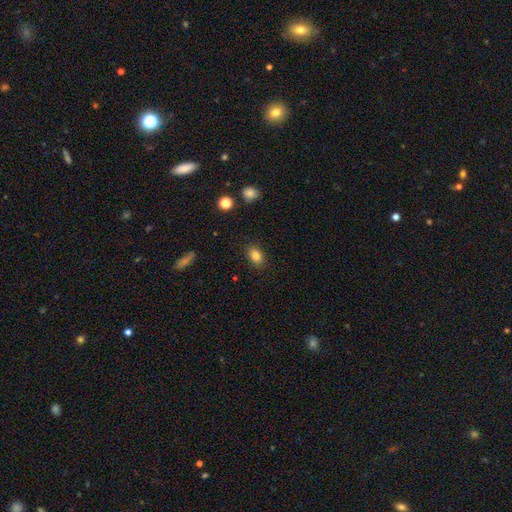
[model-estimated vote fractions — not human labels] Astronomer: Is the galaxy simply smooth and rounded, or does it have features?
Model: smooth — 83%.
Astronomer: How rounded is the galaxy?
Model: in between — 79%.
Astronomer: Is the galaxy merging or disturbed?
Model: none — 87%.